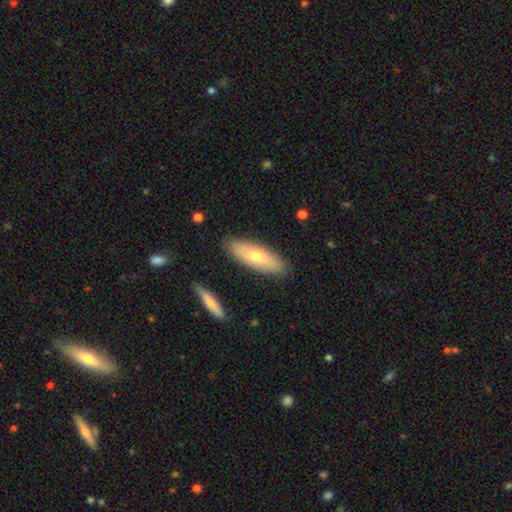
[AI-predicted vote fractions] Morphology: type=smooth (63%); roundness=in between (61%); merging=none (86%).